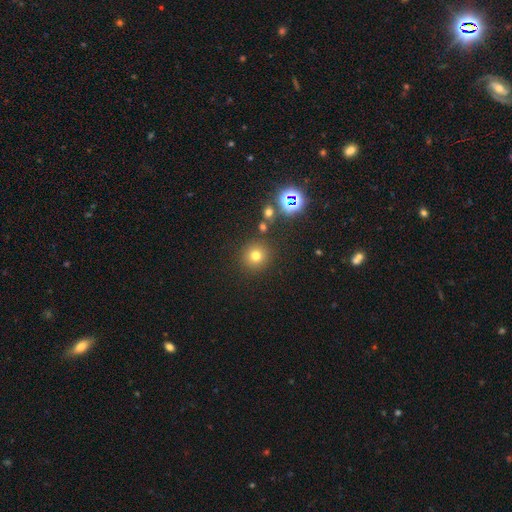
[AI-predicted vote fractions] A smooth galaxy with no disk features (72%) that is round (94%).

Vote fractions:
- Smooth or featured? smooth: 72% / star or artifact: 21% / featured or disk: 8%
- How rounded? round: 94% / in between: 5% / cigar-shaped: 1%
- Merging? none: 86% / minor disturbance: 7% / merger: 4% / major disturbance: 3%